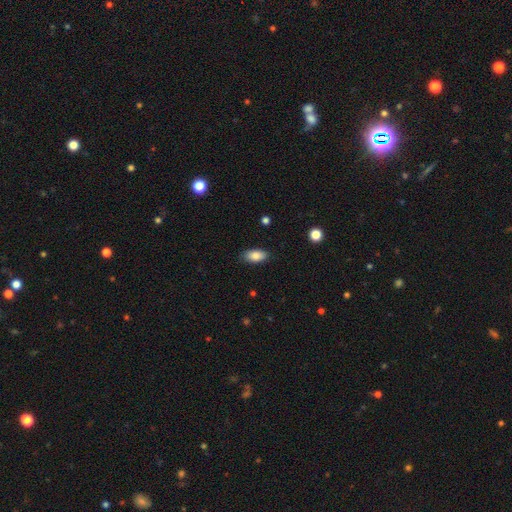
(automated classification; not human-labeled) This appears to be a smooth galaxy with no disk features (86%) that is in between round and cigar-shaped (92%). Merging: none (86%).